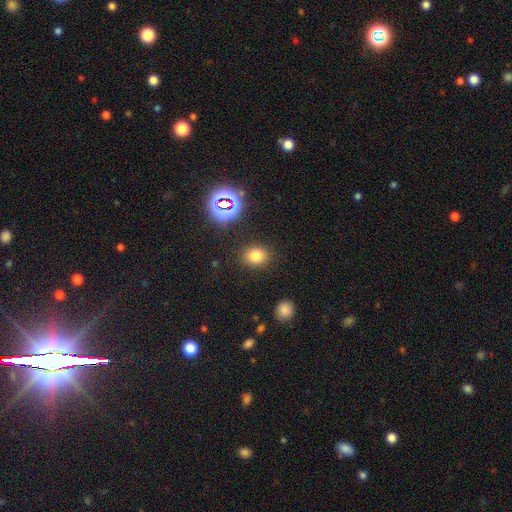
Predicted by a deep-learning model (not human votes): Smooth or featured? smooth (76%)
How rounded? round (56%)
Merging? none (86%)